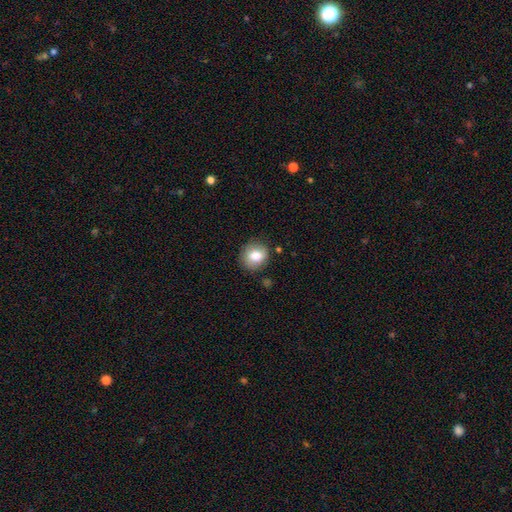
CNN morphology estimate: A smooth galaxy with no disk features (80%) that is round (76%).

Vote fractions:
- Smooth or featured? smooth: 80% / featured or disk: 11% / star or artifact: 9%
- How rounded? round: 76% / in between: 23% / cigar-shaped: 1%
- Merging? none: 83% / minor disturbance: 12% / major disturbance: 3% / merger: 2%